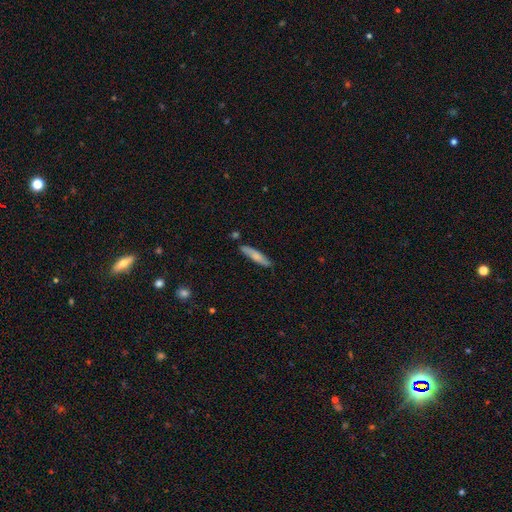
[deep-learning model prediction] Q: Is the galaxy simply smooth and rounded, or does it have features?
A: smooth — 69%.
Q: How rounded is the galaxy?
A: cigar-shaped — 87%.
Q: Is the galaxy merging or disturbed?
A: none — 81%.